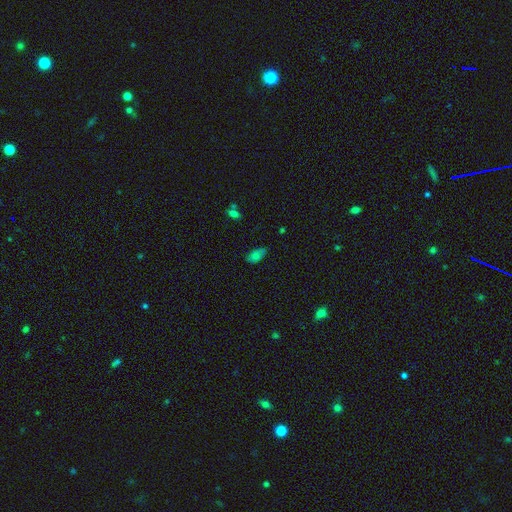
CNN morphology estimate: The model was most divided on "smooth or featured": smooth: 64%, featured or disk: 23%, star or artifact: 13%. More confident: how rounded — in between (90%); merging — none (70%).